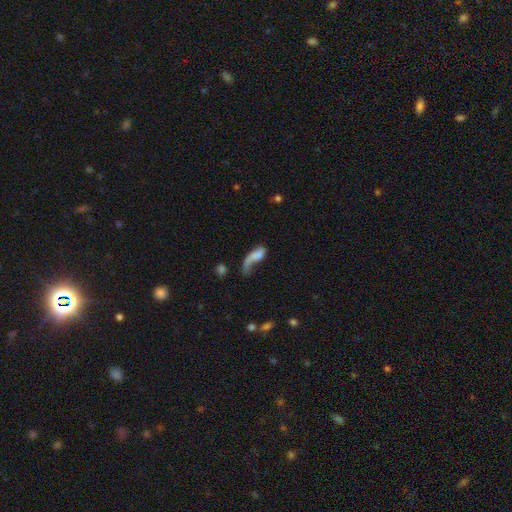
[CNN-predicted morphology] smooth_or_featured: smooth (p=0.54) [alt: featured or disk p=0.36]
how_rounded: in between (p=0.67) [alt: cigar-shaped p=0.27]
merging: major disturbance (p=0.48) [alt: none p=0.24]